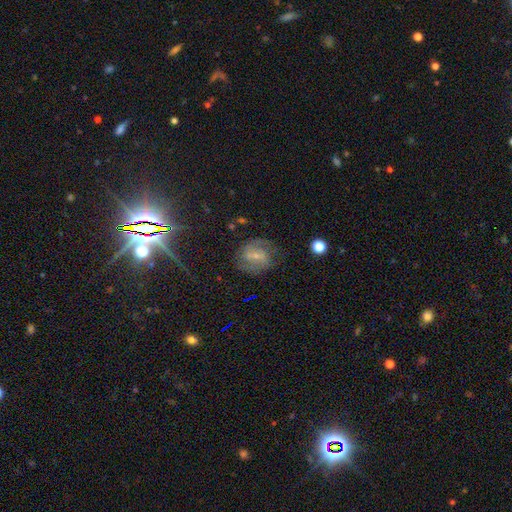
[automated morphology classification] featured or disk 69%, smooth 21%, star or artifact 10%. Down the decision tree: edge-on disk — no (97%); bar — weak (49%); spiral arms — yes (87%); spiral arm count — 2 (77%); spiral winding — medium (48%); bulge size — small (67%); merging — none (71%).